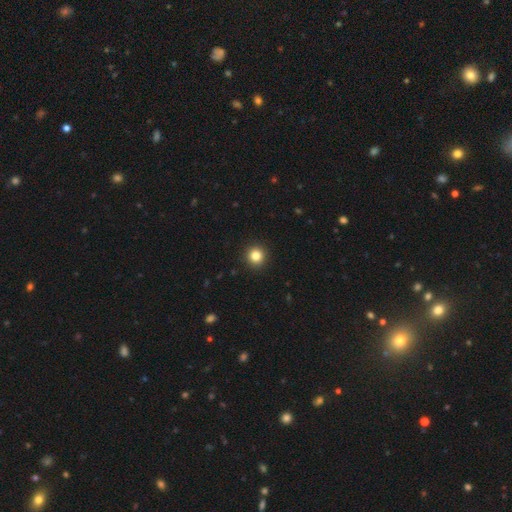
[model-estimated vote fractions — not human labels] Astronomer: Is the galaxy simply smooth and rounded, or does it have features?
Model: smooth — 84%.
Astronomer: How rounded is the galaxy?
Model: round — 95%.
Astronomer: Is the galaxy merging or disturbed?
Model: none — 93%.